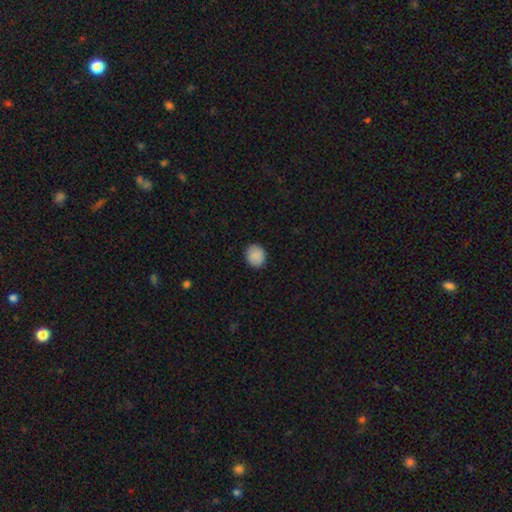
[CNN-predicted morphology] The model was most divided on "how rounded": round: 84%, in between: 15%, cigar-shaped: 1%. More confident: merging — none (90%); smooth or featured — smooth (89%).